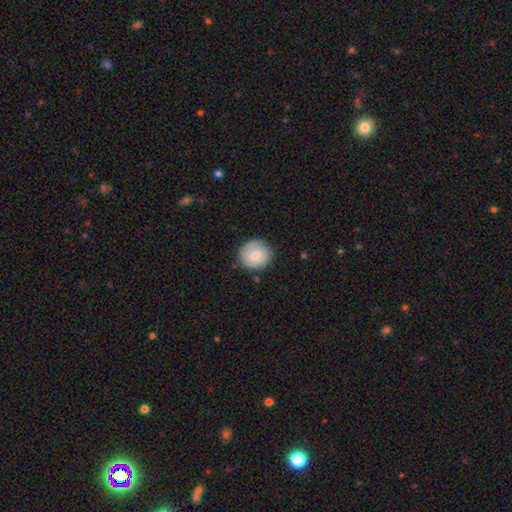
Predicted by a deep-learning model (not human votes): Morphology: type=smooth (70%); roundness=round (91%); merging=none (83%).